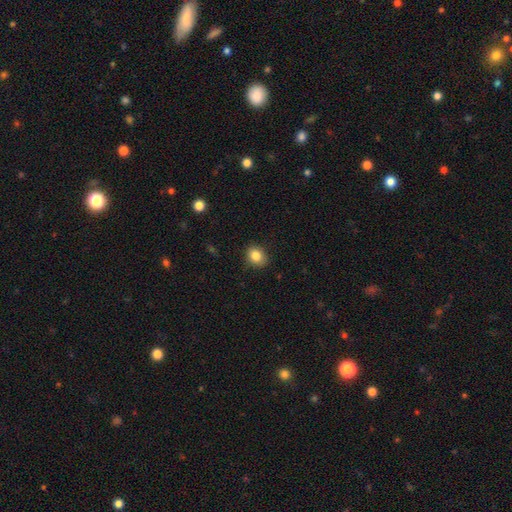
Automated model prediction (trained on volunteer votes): Q: Smooth or featured?
A: smooth (85%); runner-up: star or artifact (9%)
Q: How rounded?
A: round (51%); runner-up: in between (48%)
Q: Merging?
A: none (85%); runner-up: minor disturbance (11%)